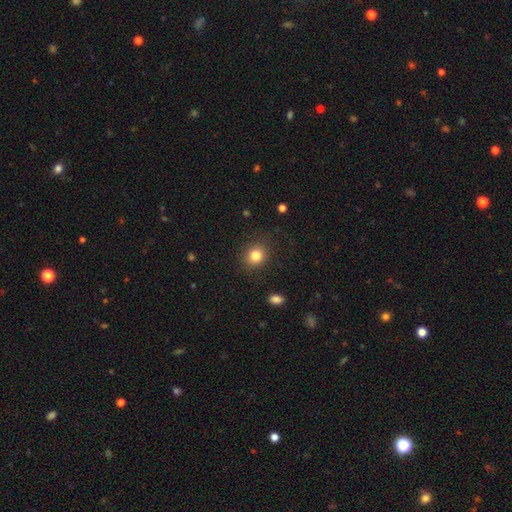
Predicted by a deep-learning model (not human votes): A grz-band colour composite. It shows a smooth galaxy with no disk features (82%) that is round (75%). Merging: none (87%).